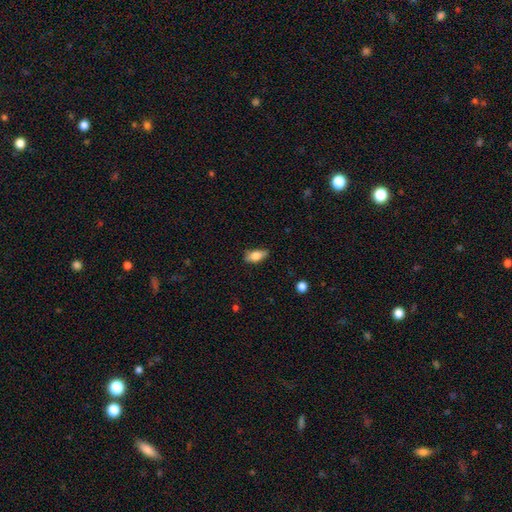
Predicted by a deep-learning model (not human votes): Morphology: type=smooth (73%); roundness=in between (82%); merging=none (78%).